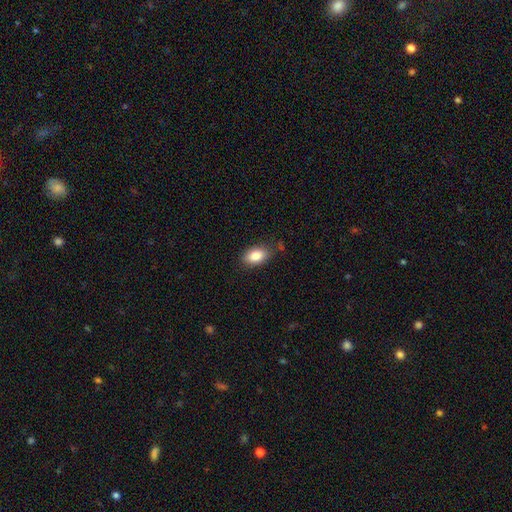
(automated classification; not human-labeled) Smooth or featured? Predicted: smooth (p=0.85). How rounded? Predicted: in between (p=0.90). Merging? Predicted: none (p=0.80).